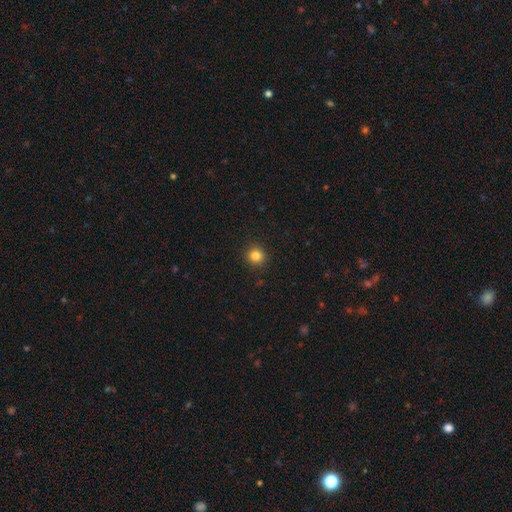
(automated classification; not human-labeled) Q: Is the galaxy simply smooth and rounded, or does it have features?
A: smooth — 83%.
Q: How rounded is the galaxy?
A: round — 92%.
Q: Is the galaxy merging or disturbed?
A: none — 92%.